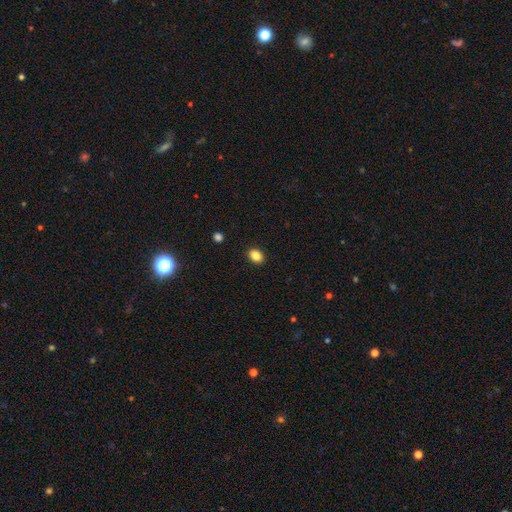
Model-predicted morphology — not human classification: Q: Smooth or featured?
A: smooth (86%); runner-up: star or artifact (10%)
Q: How rounded?
A: in between (68%); runner-up: round (31%)
Q: Merging?
A: none (90%); runner-up: minor disturbance (7%)